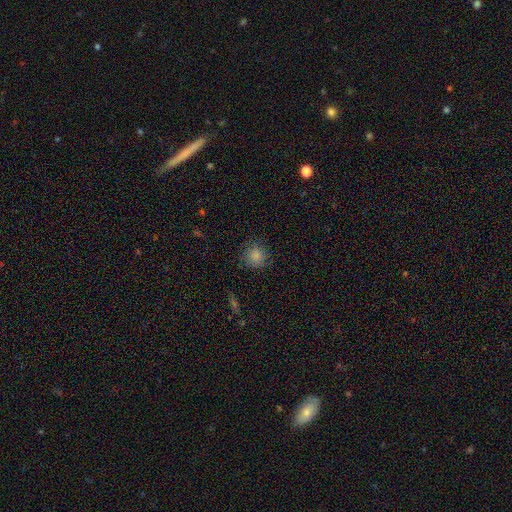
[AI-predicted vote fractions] smooth_or_featured: smooth (p=0.84) [alt: star or artifact p=0.11]
how_rounded: round (p=0.91) [alt: in between p=0.08]
merging: none (p=0.81) [alt: minor disturbance p=0.14]